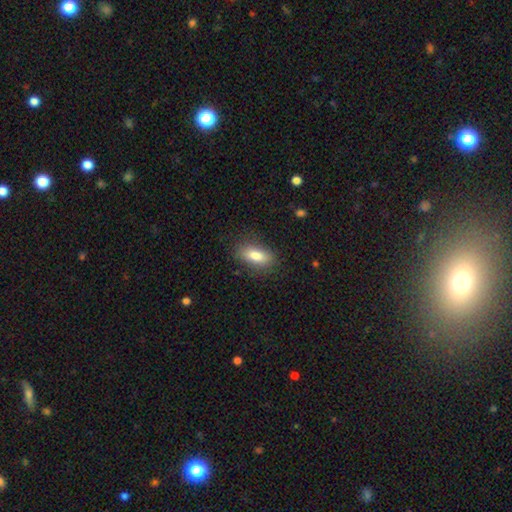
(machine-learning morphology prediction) Smooth or featured? Predicted: smooth (p=0.83). How rounded? Predicted: in between (p=0.82). Merging? Predicted: none (p=0.83).